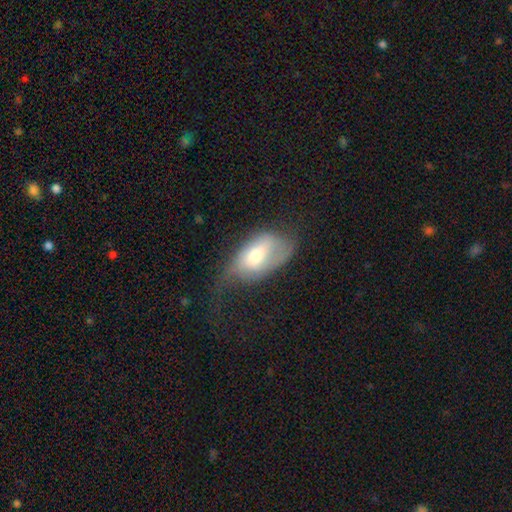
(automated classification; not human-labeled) Q: Smooth or featured?
A: smooth (57%); runner-up: featured or disk (36%)
Q: How rounded?
A: in between (91%); runner-up: round (5%)
Q: Merging?
A: major disturbance (38%); runner-up: minor disturbance (34%)